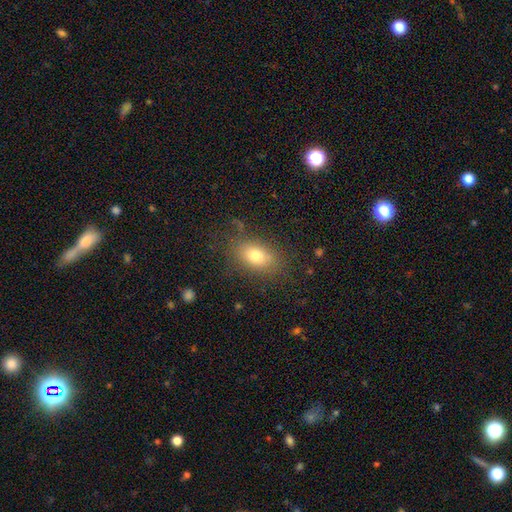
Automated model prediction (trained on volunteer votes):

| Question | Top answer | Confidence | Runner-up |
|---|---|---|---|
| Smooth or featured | smooth | 77% | featured or disk (13%) |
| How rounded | in between | 83% | round (15%) |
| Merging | none | 80% | minor disturbance (13%) |